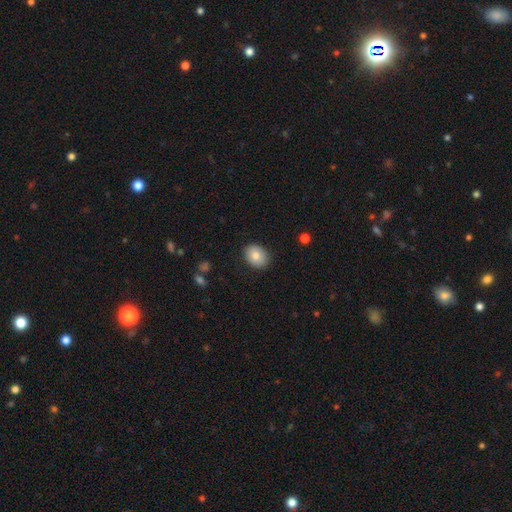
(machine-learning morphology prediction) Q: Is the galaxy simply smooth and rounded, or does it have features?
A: smooth — 81%.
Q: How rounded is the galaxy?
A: in between — 57%.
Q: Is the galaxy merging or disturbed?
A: none — 88%.